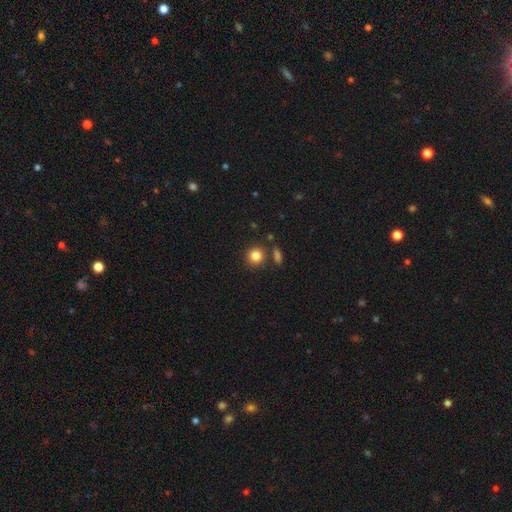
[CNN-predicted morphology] The model was most divided on "merging": none: 78%, merger: 10%, minor disturbance: 9%, major disturbance: 3%. More confident: how rounded — round (87%); smooth or featured — smooth (84%).